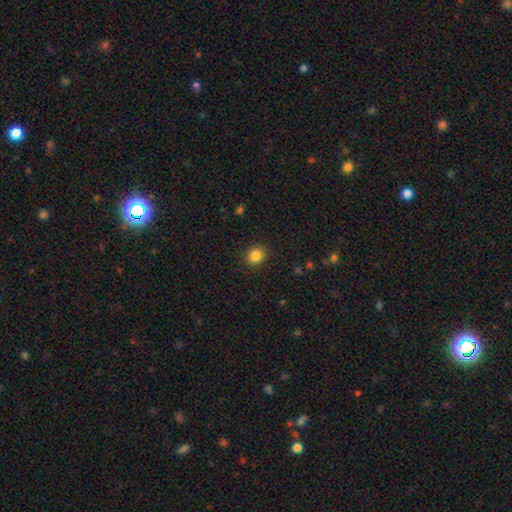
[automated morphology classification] This is clearly a smooth galaxy (85%). How rounded: likely round (74%). Merging: clearly none (90%).